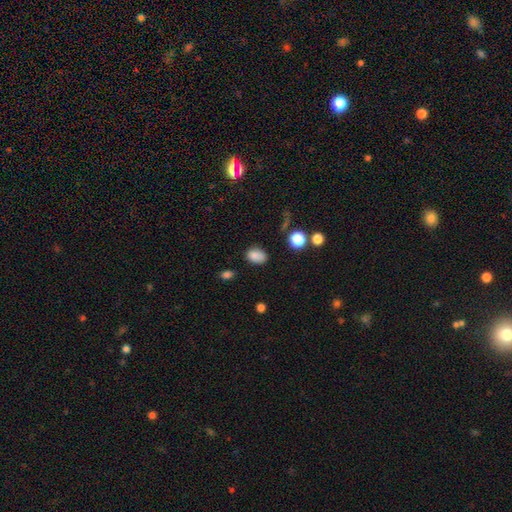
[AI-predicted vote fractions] Overall: smooth (84%). How rounded: in between (79%). Merging: none (74%).